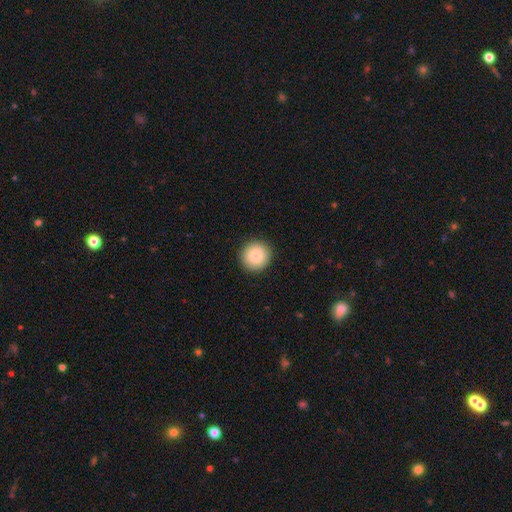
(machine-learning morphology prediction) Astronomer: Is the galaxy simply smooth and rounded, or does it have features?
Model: smooth — 85%.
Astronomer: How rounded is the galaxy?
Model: round — 95%.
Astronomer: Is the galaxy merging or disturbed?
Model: none — 92%.